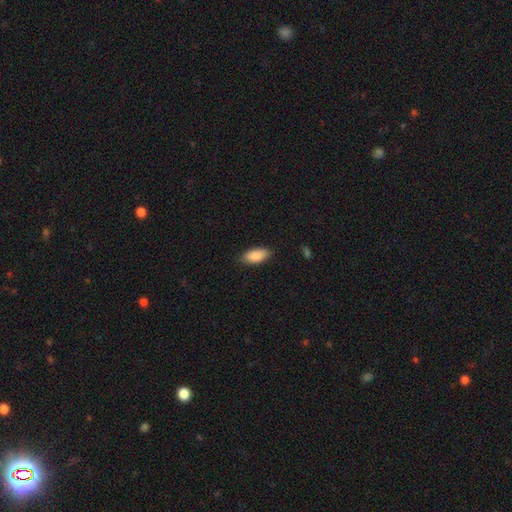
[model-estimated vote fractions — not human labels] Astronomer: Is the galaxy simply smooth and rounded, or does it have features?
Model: smooth — 89%.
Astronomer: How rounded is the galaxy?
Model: in between — 90%.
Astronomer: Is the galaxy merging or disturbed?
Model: none — 84%.